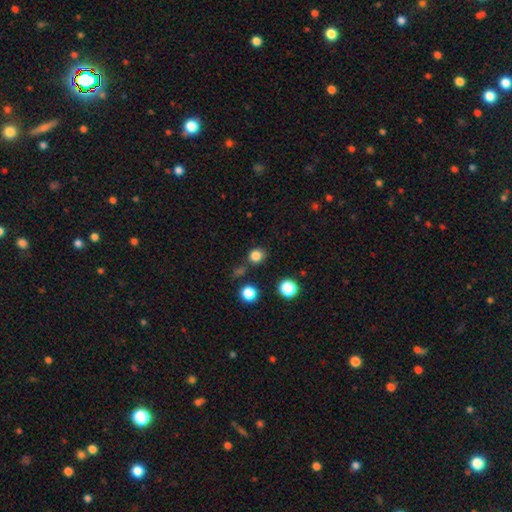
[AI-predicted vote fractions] This appears to be a smooth galaxy with no disk features (81%) that is round (85%). Merging: none (78%).